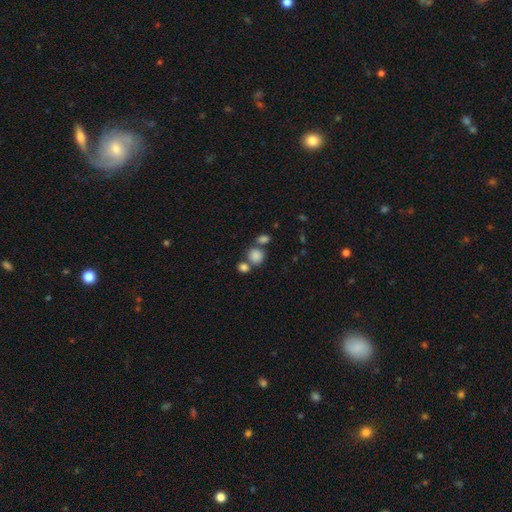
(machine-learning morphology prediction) Smooth or featured: smooth — 83% (star or artifact — 10%)
How rounded: round — 77% (in between — 21%)
Merging: none — 51% (merger — 35%)